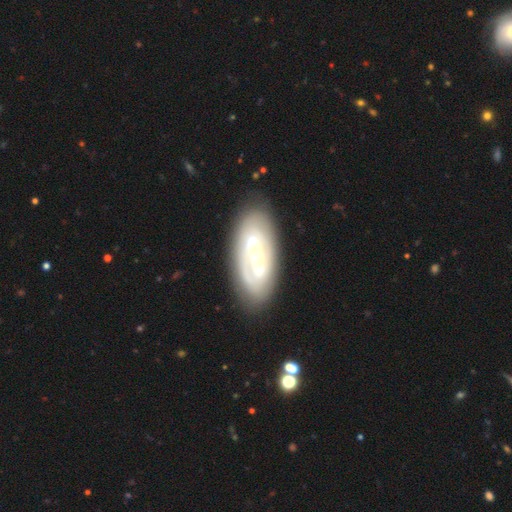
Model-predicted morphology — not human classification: Q: Smooth or featured?
A: featured or disk (77%); runner-up: smooth (18%)
Q: Edge-on disk?
A: no (90%); runner-up: yes (10%)
Q: Bar?
A: no (35%); runner-up: strong (33%)
Q: Spiral arms?
A: yes (58%); runner-up: no (42%)
Q: Bulge size?
A: moderate (63%); runner-up: small (25%)
Q: Merging?
A: none (78%); runner-up: minor disturbance (13%)